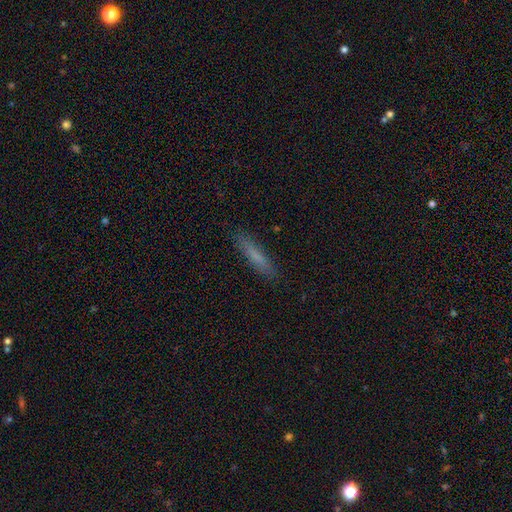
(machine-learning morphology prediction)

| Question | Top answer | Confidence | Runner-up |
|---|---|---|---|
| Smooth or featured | smooth | 72% | featured or disk (20%) |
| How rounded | cigar-shaped | 89% | in between (10%) |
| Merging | none | 87% | minor disturbance (9%) |